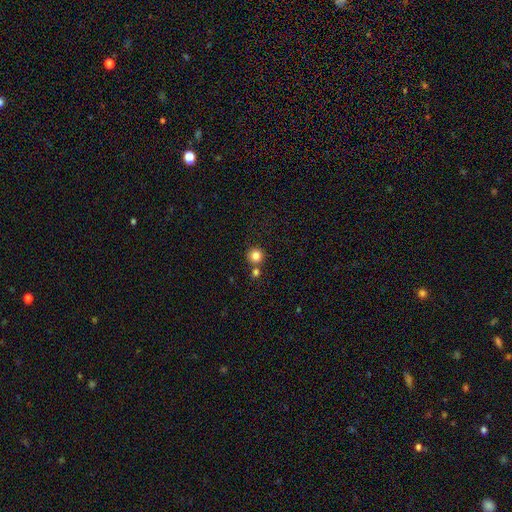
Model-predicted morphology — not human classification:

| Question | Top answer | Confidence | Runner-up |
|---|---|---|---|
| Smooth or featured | smooth | 84% | star or artifact (11%) |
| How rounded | round | 94% | in between (5%) |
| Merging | none | 72% | merger (18%) |